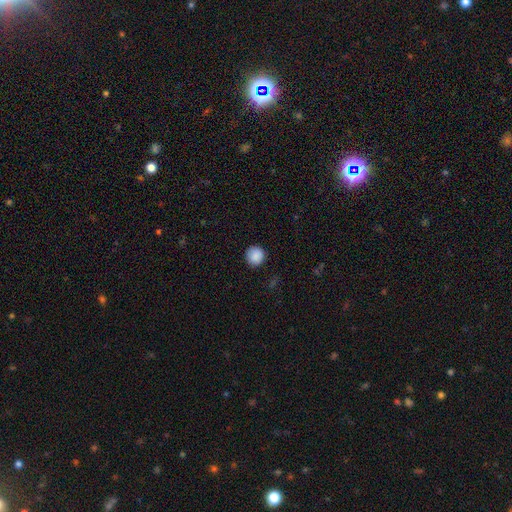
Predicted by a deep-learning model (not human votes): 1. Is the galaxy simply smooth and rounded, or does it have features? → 89% smooth, 8% star or artifact, 3% featured or disk.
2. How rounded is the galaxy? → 94% round, 5% in between, 1% cigar-shaped.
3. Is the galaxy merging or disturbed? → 89% none, 8% minor disturbance, 2% major disturbance, 1% merger.